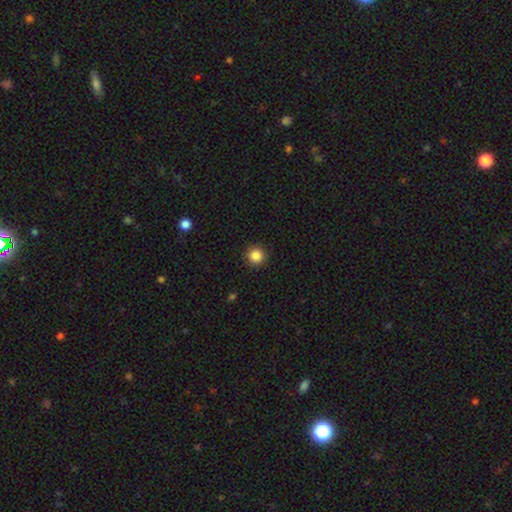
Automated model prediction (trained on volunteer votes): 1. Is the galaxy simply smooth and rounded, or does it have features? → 86% smooth, 11% star or artifact, 4% featured or disk.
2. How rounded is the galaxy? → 95% round, 4% in between, 1% cigar-shaped.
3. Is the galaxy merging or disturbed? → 92% none, 5% minor disturbance, 2% major disturbance, 1% merger.